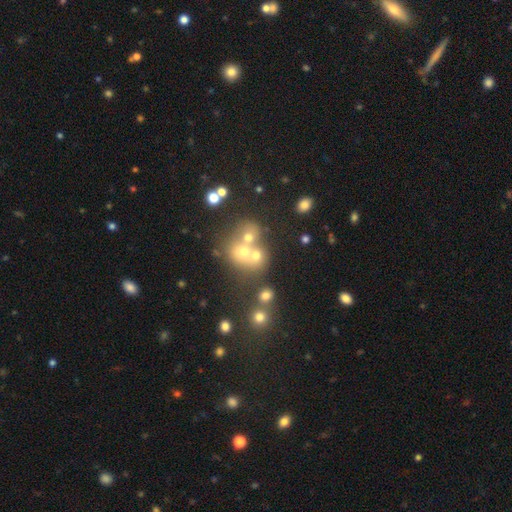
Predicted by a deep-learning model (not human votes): The model was most divided on "merging": merger: 50%, none: 37%, minor disturbance: 8%, major disturbance: 5%. More confident: how rounded — round (69%); smooth or featured — smooth (59%).